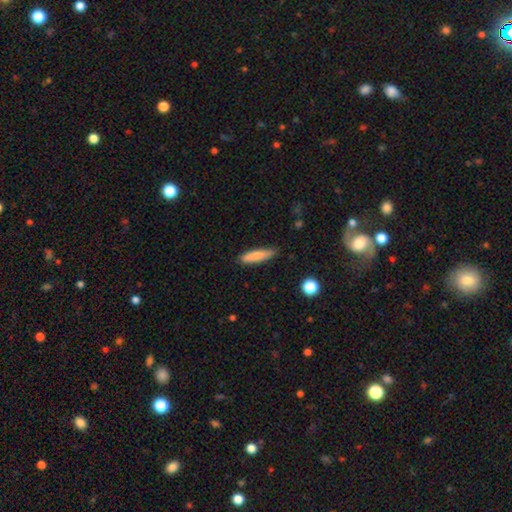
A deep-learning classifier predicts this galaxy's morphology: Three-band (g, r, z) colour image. It shows a smooth galaxy with no disk features (82%) that is cigar-shaped (80%). Merging: none (82%).